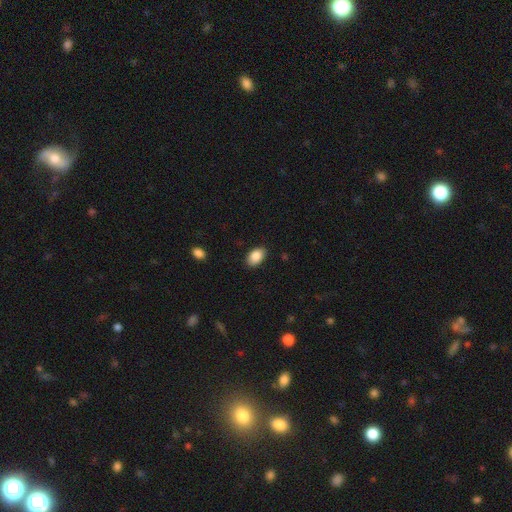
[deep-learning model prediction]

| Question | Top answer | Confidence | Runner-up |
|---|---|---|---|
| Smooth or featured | smooth | 88% | star or artifact (7%) |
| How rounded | in between | 92% | round (7%) |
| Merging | none | 86% | minor disturbance (10%) |